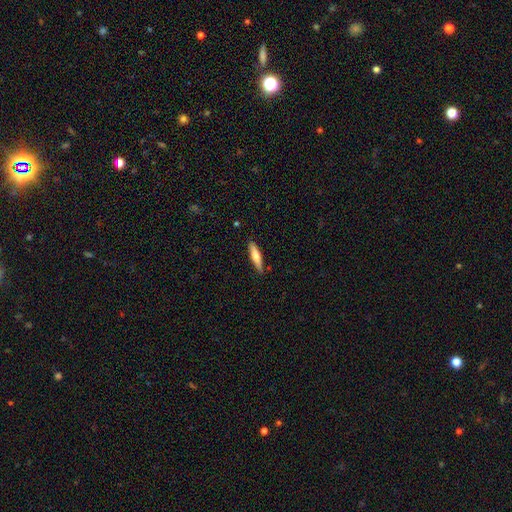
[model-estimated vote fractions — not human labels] Smooth or featured? Predicted: smooth (p=0.65). How rounded? Predicted: cigar-shaped (p=0.79). Merging? Predicted: none (p=0.87).